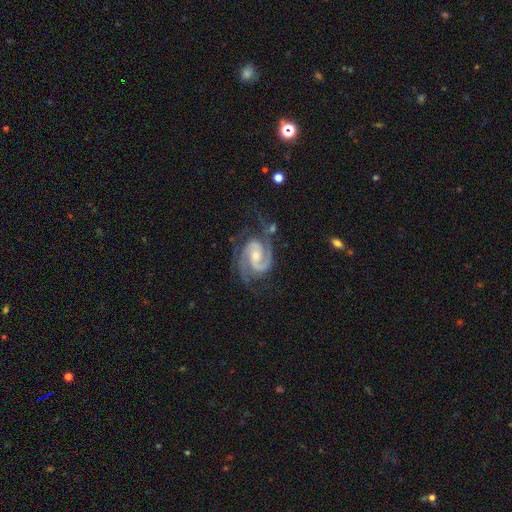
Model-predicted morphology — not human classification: This appears to be a featured or disk galaxy (92%) with no bar (46%), 2 (81%) medium (47%) spiral arms (98%) and a small central bulge (47%). Merging: none (60%).